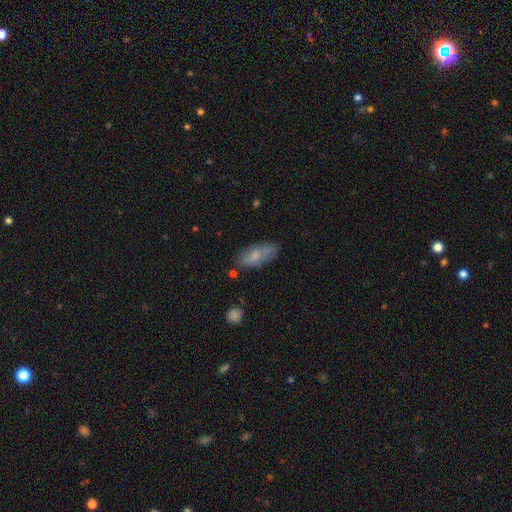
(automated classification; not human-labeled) A smooth galaxy with no disk features (70%) that is in between round and cigar-shaped (80%). Merging: none (74%).